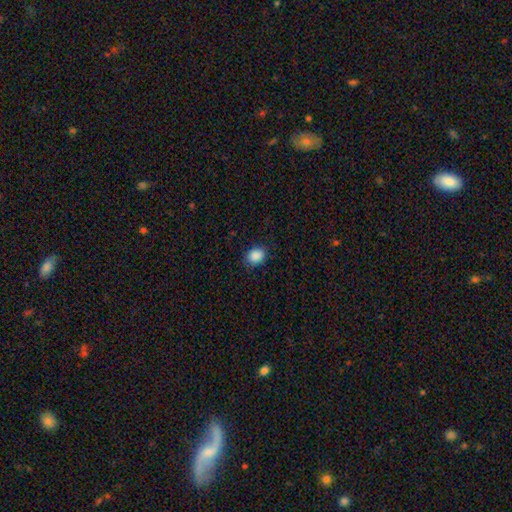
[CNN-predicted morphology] smooth_or_featured: smooth (p=0.88) [alt: star or artifact p=0.09]
how_rounded: round (p=0.51) [alt: in between p=0.48]
merging: none (p=0.84) [alt: minor disturbance p=0.12]